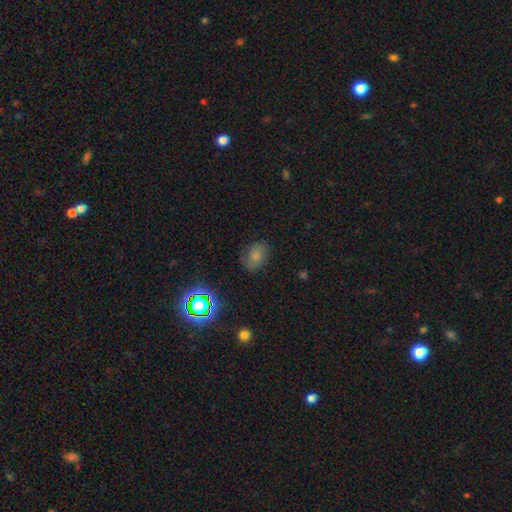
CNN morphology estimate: Smooth or featured?
  - smooth: 69% *
  - star or artifact: 17%
  - featured or disk: 14%
How rounded?
  - in between: 74% *
  - round: 25%
  - cigar-shaped: 1%
Merging?
  - none: 69% *
  - minor disturbance: 22%
  - major disturbance: 8%
  - merger: 2%